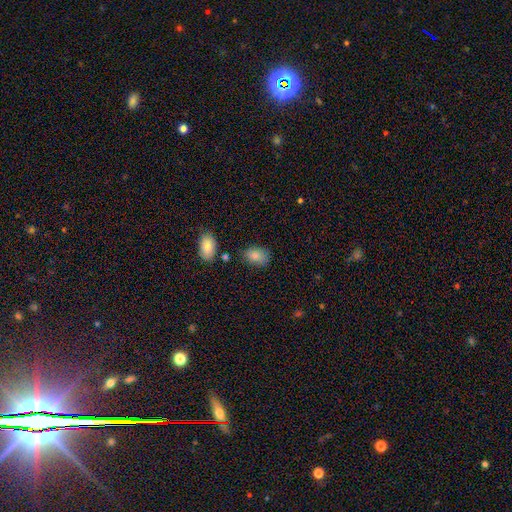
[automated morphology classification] smooth 84%, star or artifact 8%, featured or disk 8%. Down the decision tree: how rounded — in between (84%); merging — none (72%).